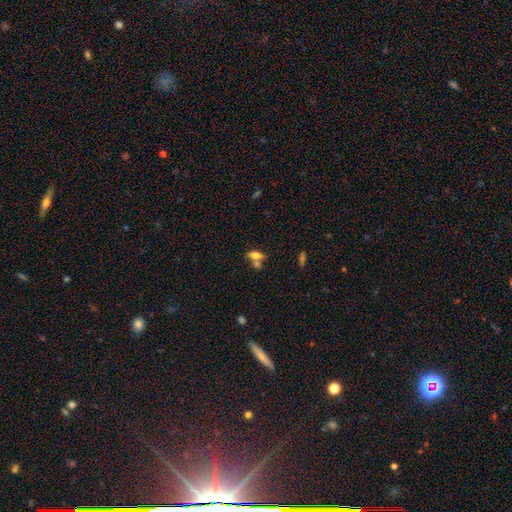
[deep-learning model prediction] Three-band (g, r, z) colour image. It shows a smooth galaxy with no disk features (70%) that is in between round and cigar-shaped (79%). Merging: none (46%).